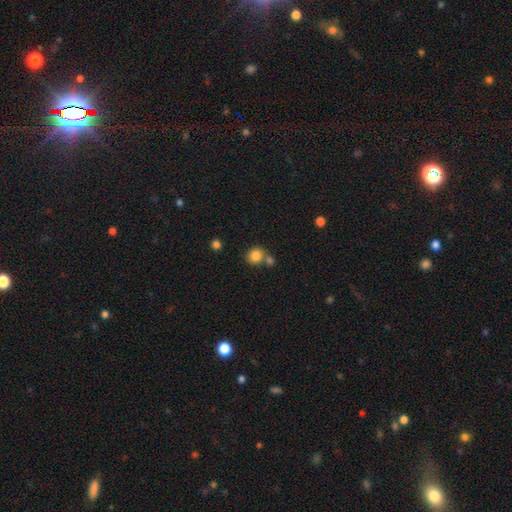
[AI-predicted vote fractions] Morphology: type=smooth (84%); roundness=round (88%); merging=none (60%).